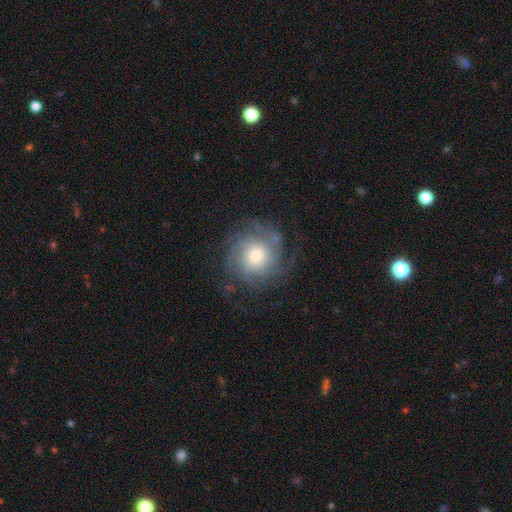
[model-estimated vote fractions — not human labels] Morphology: type=featured or disk (75%); edge-on=no (97%); bar=no (77%); spiral arms=yes (92%); winding=tight (58%); arm count=can't tell (38%); bulge=moderate (51%); merging=none (73%).